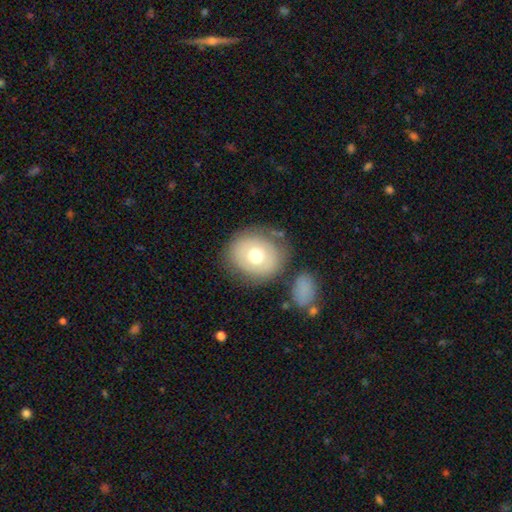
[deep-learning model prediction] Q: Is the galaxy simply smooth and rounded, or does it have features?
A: smooth — 64%.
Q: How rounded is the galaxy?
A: round — 79%.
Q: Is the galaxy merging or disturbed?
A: none — 70%.